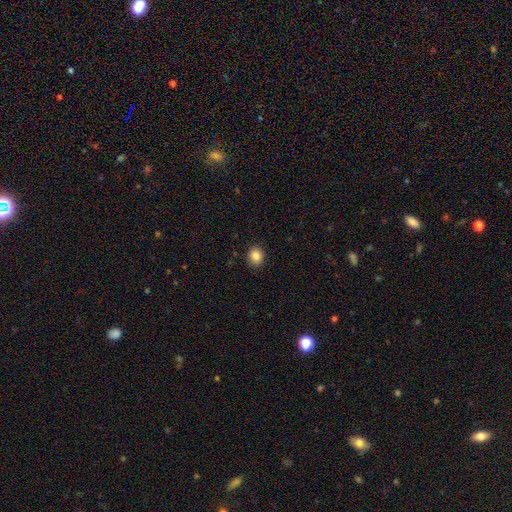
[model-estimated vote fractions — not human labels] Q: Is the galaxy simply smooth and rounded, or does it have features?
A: smooth — 85%.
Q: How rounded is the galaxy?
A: round — 80%.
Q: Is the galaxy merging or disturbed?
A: none — 91%.